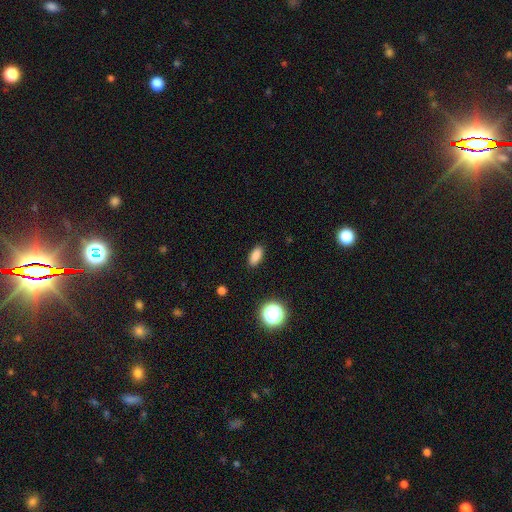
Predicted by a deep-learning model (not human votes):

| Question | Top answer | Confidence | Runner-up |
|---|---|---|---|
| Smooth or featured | smooth | 85% | star or artifact (11%) |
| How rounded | in between | 85% | cigar-shaped (10%) |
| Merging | none | 89% | minor disturbance (8%) |